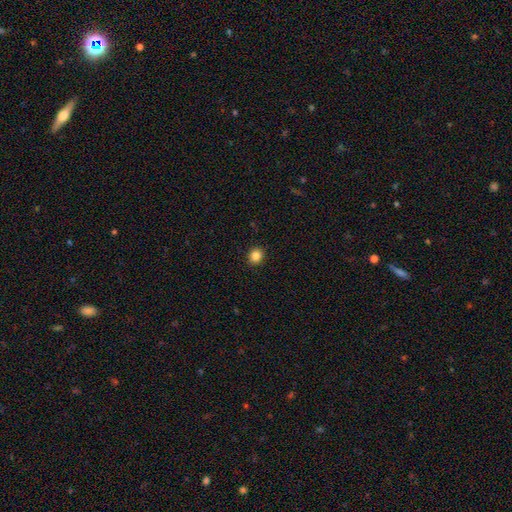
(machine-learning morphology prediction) This appears to be a smooth galaxy with no disk features (86%) that is round (74%). Merging: none (91%).